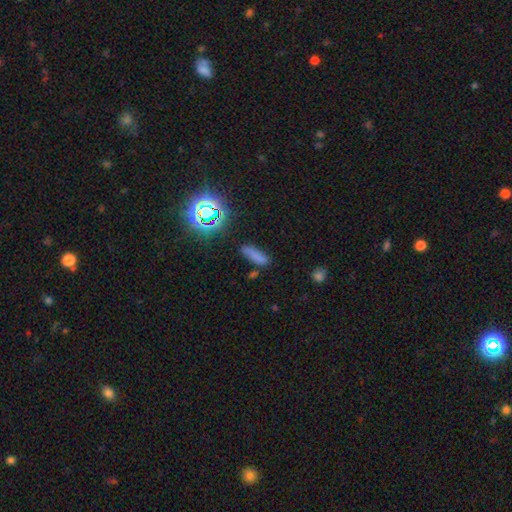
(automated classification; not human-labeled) Smooth or featured: smooth — 71% (star or artifact — 20%)
How rounded: cigar-shaped — 55% (in between — 41%)
Merging: none — 72% (minor disturbance — 18%)